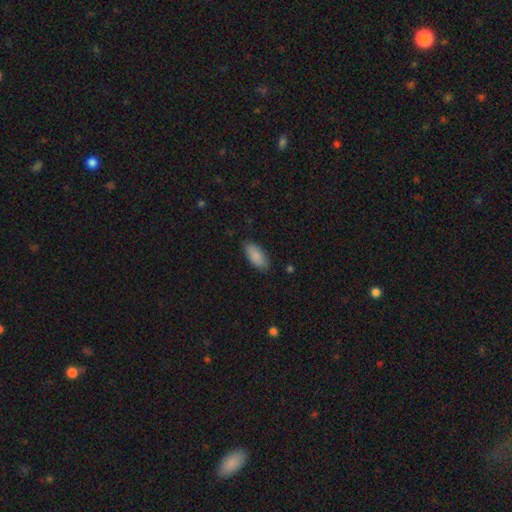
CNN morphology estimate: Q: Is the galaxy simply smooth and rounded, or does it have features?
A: smooth — 88%.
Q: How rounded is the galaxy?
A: in between — 86%.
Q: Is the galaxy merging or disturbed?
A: none — 81%.